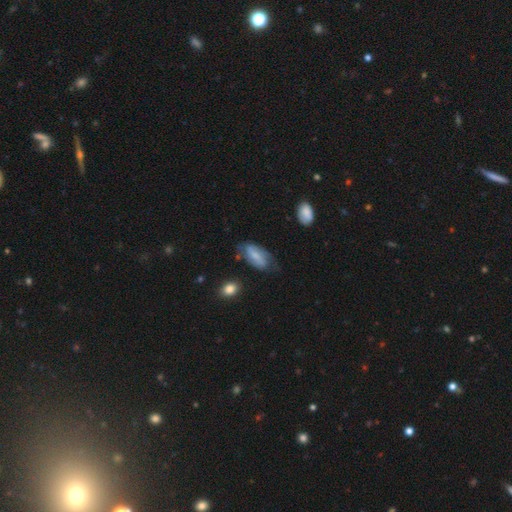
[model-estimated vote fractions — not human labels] smooth 54%, featured or disk 39%, star or artifact 7%. Down the decision tree: how rounded — in between (87%); merging — none (58%).